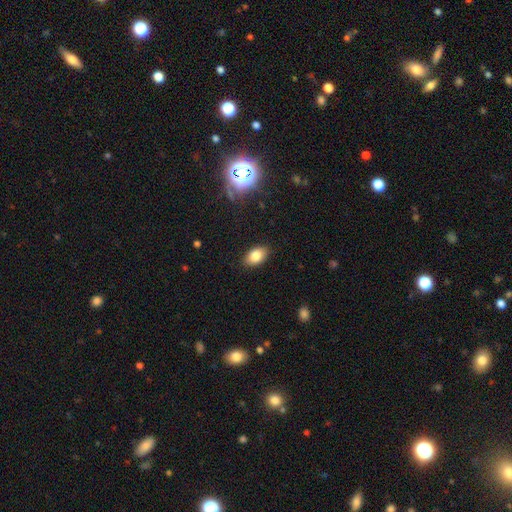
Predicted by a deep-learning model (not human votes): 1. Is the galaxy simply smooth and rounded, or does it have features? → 82% smooth, 9% star or artifact, 8% featured or disk.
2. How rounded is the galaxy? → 89% in between, 9% round, 1% cigar-shaped.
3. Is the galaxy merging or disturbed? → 87% none, 10% minor disturbance, 2% major disturbance, 1% merger.